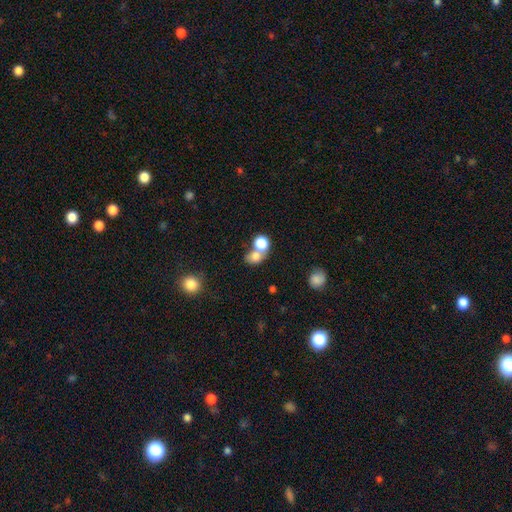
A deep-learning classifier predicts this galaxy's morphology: smooth_or_featured: smooth (p=0.76) [alt: star or artifact p=0.13]
how_rounded: round (p=0.62) [alt: in between p=0.37]
merging: merger (p=0.54) [alt: none p=0.34]